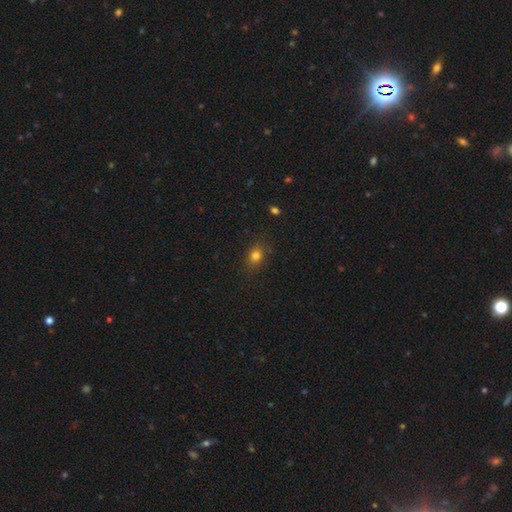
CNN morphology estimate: This appears to be a smooth galaxy with no disk features (80%) that is round (50%). Merging: none (82%).